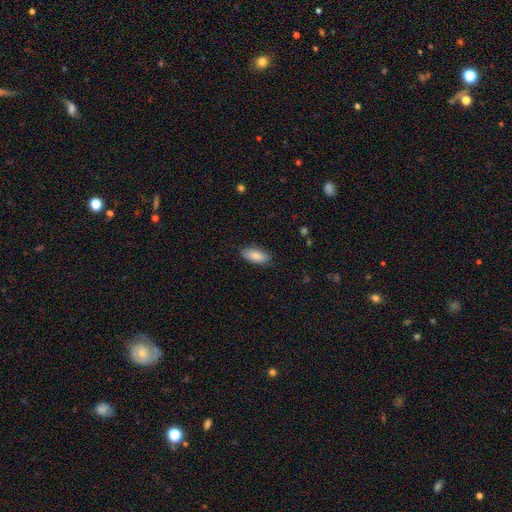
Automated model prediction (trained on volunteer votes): smooth 87%, featured or disk 7%, star or artifact 6%. Down the decision tree: how rounded — in between (88%); merging — none (86%).